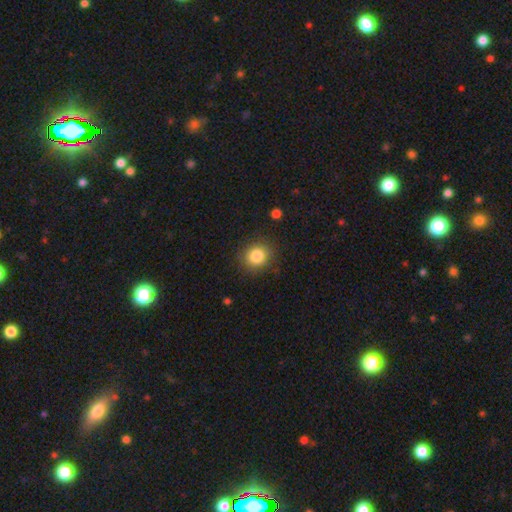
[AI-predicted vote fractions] Q: Smooth or featured?
A: smooth (83%); runner-up: star or artifact (10%)
Q: How rounded?
A: round (79%); runner-up: in between (20%)
Q: Merging?
A: none (85%); runner-up: minor disturbance (10%)